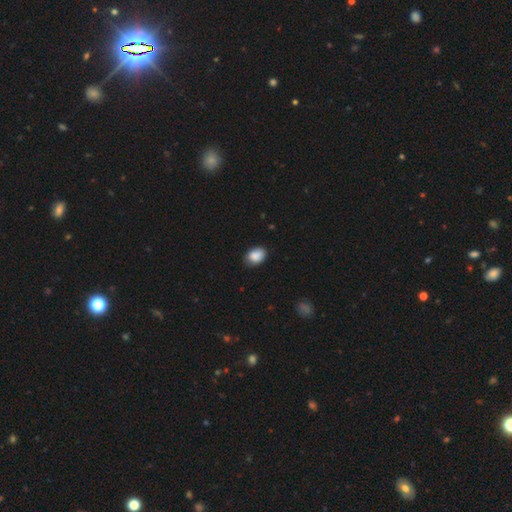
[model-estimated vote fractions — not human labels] Overall: smooth (88%). How rounded: in between (74%). Merging: none (79%).